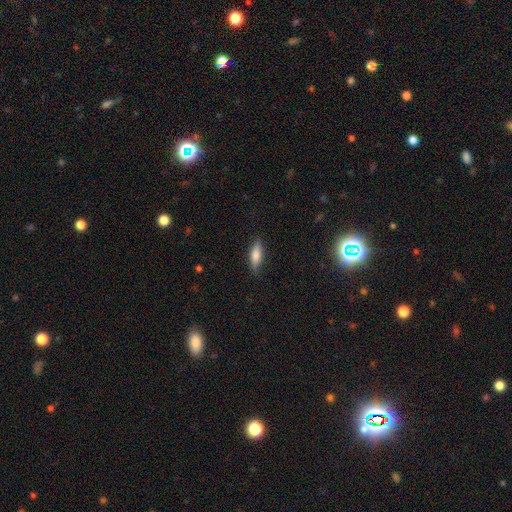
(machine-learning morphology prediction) Smooth or featured: smooth — 72% (featured or disk — 21%)
How rounded: in between — 52% (cigar-shaped — 46%)
Merging: none — 81% (minor disturbance — 15%)